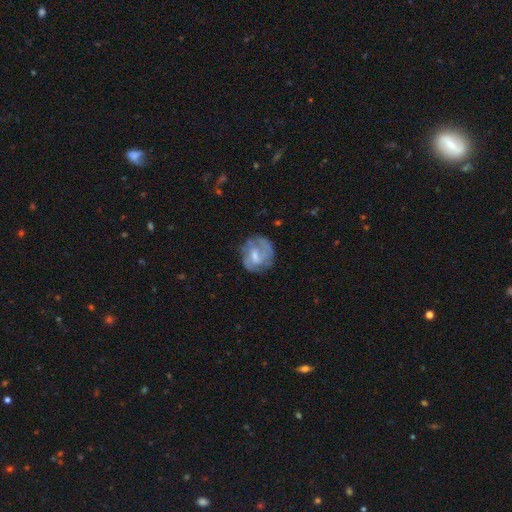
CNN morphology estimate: A featured or disk galaxy (65%) with a weak bar (53%), spiral arms (75%) and a moderate central bulge (44%). Merging: none (61%).